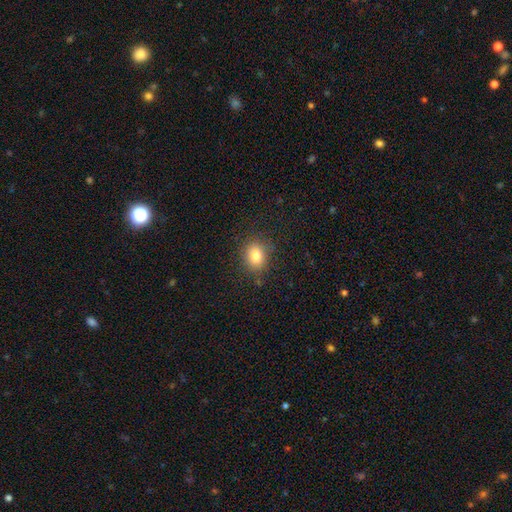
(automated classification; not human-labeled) Q: Smooth or featured?
A: smooth (82%); runner-up: star or artifact (11%)
Q: How rounded?
A: round (54%); runner-up: in between (45%)
Q: Merging?
A: none (84%); runner-up: minor disturbance (11%)